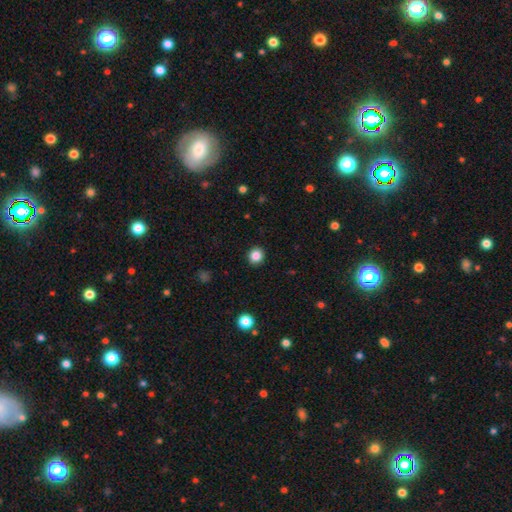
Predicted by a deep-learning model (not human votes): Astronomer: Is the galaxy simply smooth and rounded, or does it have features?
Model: smooth — 85%.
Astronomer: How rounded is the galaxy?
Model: round — 92%.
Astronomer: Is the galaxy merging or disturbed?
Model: none — 92%.